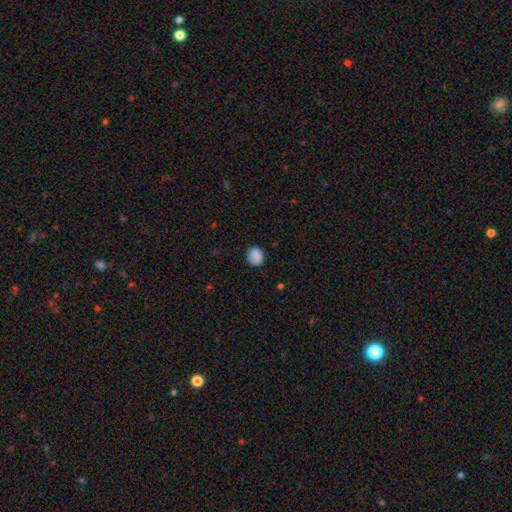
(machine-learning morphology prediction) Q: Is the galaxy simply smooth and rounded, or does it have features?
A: smooth — 85%.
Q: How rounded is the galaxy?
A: round — 70%.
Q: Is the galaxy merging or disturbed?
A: none — 80%.